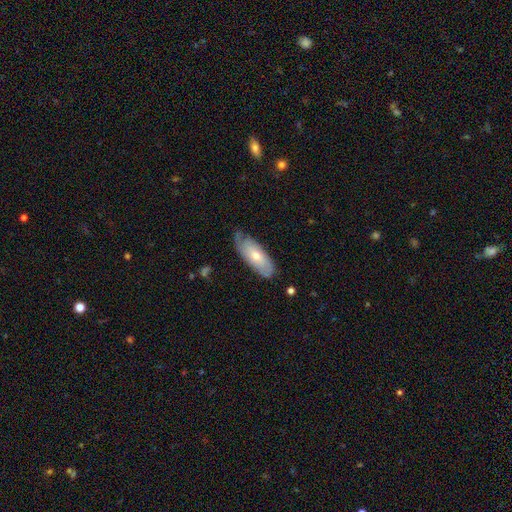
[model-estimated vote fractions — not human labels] Smooth or featured? featured or disk (49%)
Merging? none (66%)